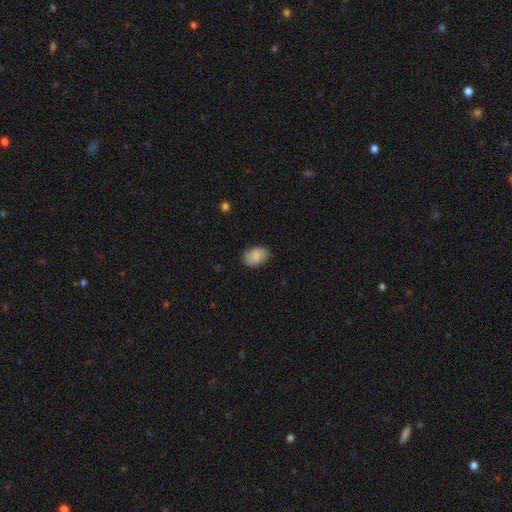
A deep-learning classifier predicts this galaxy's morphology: smooth 82%, featured or disk 11%, star or artifact 7%. Down the decision tree: how rounded — in between (86%); merging — none (82%).